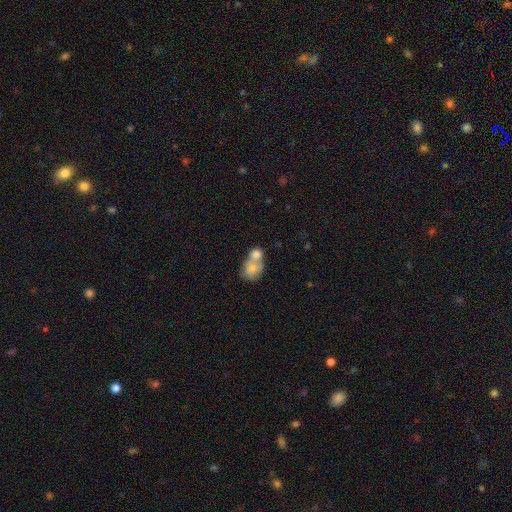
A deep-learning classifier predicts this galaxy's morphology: A smooth galaxy with no disk features (74%) that is round (57%).

Vote fractions:
- Smooth or featured? smooth: 74% / featured or disk: 18% / star or artifact: 8%
- How rounded? round: 57% / in between: 42% / cigar-shaped: 1%
- Merging? merger: 69% / none: 20% / minor disturbance: 7% / major disturbance: 4%